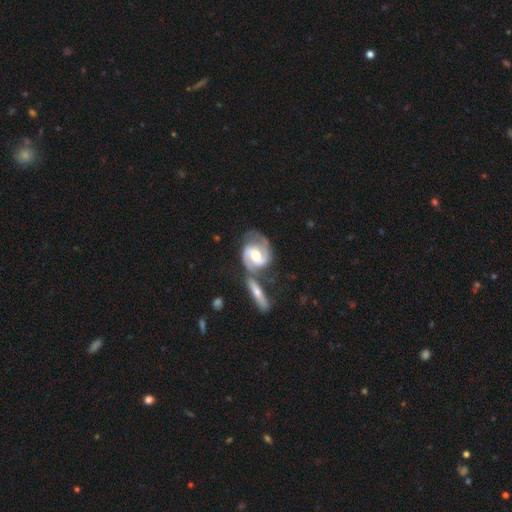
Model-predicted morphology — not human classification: smooth_or_featured: featured or disk (p=0.89) [alt: smooth p=0.07]
disk_edge_on: no (p=0.96) [alt: yes p=0.04]
bar: weak (p=0.43) [alt: no p=0.31]
has_spiral_arms: yes (p=0.97) [alt: no p=0.03]
spiral_winding: medium (p=0.54) [alt: tight p=0.32]
spiral_arm_count: 2 (p=0.89) [alt: can't tell p=0.04]
bulge_size: moderate (p=0.72) [alt: small p=0.17]
merging: none (p=0.48) [alt: merger p=0.32]